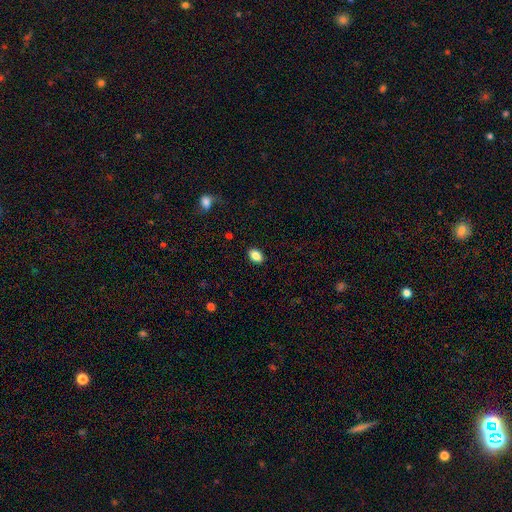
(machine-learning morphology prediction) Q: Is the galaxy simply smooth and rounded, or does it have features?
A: smooth — 86%.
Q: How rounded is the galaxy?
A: in between — 86%.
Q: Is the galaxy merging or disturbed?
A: none — 88%.